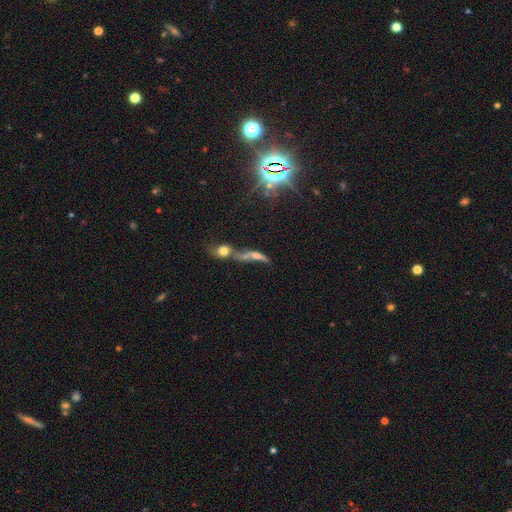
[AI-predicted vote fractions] Overall: smooth (42%; featured or disk 38%). Merging: merger (62%).